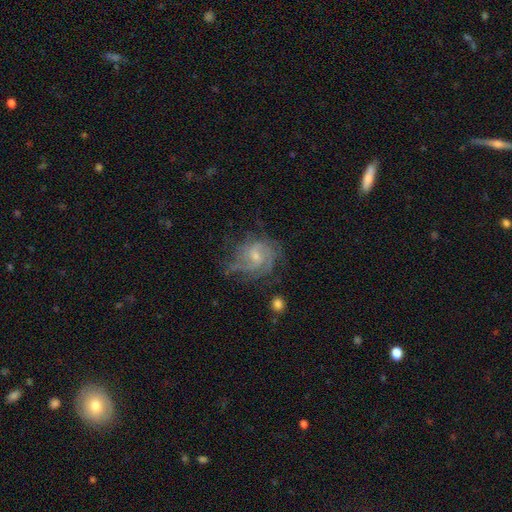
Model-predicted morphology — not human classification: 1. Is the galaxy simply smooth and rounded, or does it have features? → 80% featured or disk, 13% smooth, 7% star or artifact.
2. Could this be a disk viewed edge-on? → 98% no, 2% yes.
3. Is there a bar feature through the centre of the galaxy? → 51% no, 42% weak, 7% strong.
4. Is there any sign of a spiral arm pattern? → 92% yes, 8% no.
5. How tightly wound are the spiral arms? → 48% tight, 40% medium, 13% loose.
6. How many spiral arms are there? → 32% can't tell, 26% 2, 24% 3, 9% 4, 5% 1, 5% more than 4.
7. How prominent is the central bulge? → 58% small, 36% moderate, 3% none, 1% large, 1% dominant.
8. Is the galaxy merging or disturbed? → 57% none, 25% minor disturbance, 16% major disturbance, 2% merger.